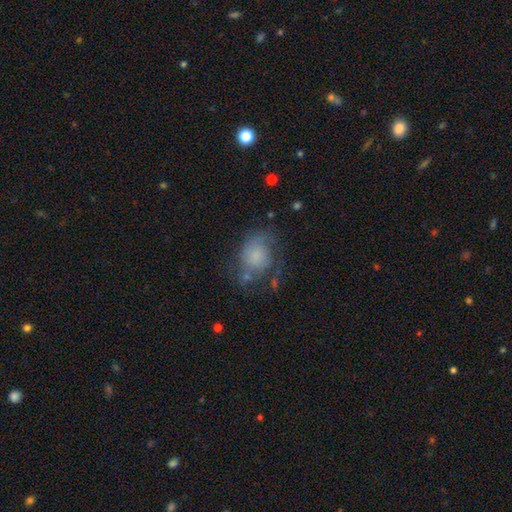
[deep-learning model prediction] The model was most divided on "smooth or featured": smooth: 48%, featured or disk: 41%, star or artifact: 10%. Remaining: merging — none (46%).